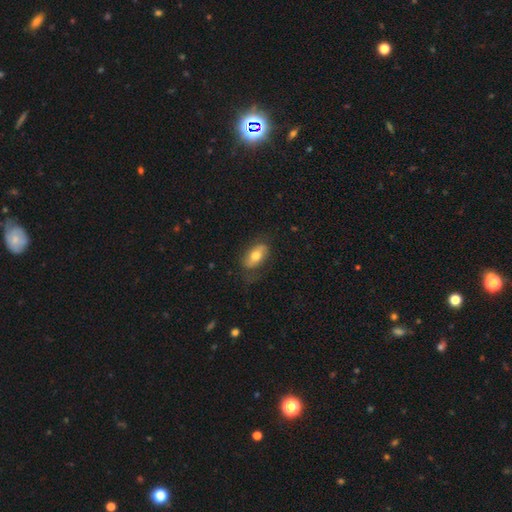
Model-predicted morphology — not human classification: smooth 61%, featured or disk 32%, star or artifact 7%. Down the decision tree: how rounded — in between (87%); merging — none (70%).